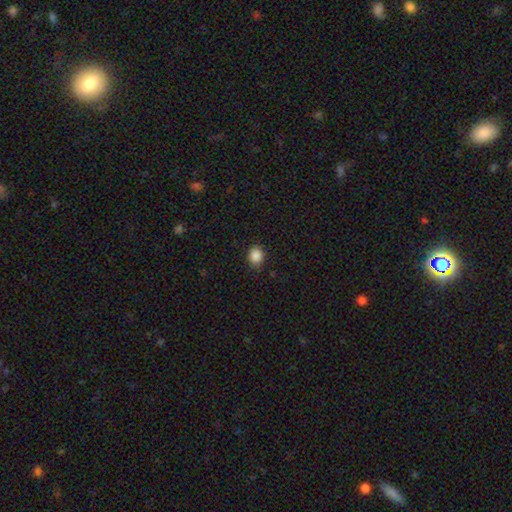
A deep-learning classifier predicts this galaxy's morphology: type=smooth (87%); roundness=round (66%); merging=none (82%).